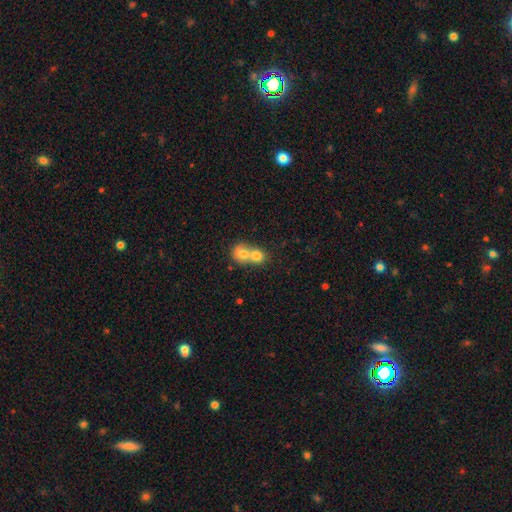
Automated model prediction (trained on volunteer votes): A smooth galaxy with no disk features (73%) that is round (73%). Merging: merger (73%).